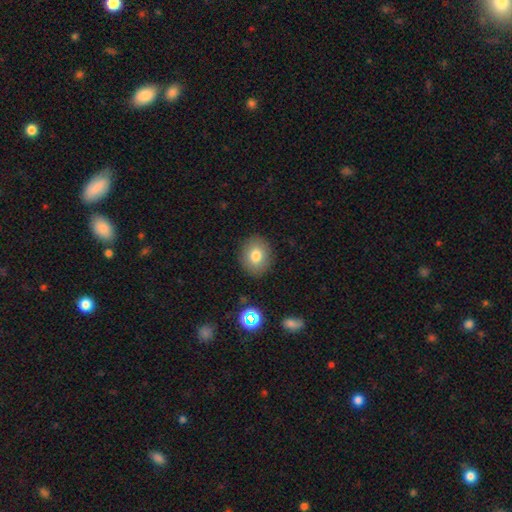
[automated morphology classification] smooth 78%, star or artifact 11%, featured or disk 11%. Down the decision tree: how rounded — round (63%); merging — none (88%).